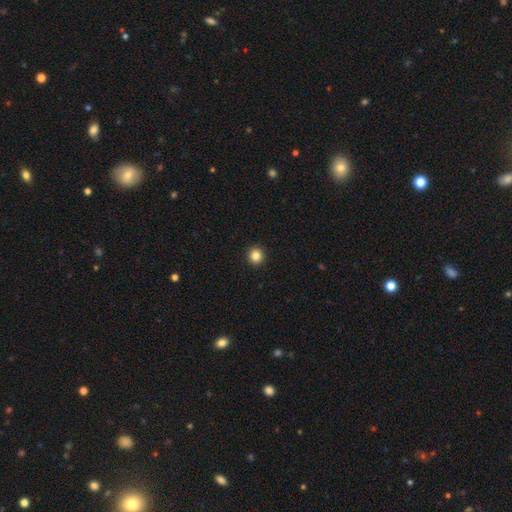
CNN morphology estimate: smooth-or-featured: smooth: 84% | star or artifact: 11% | featured or disk: 5%
  how-rounded: round: 94% | in between: 5% | cigar-shaped: 1%
  merging: none: 94% | minor disturbance: 4% | major disturbance: 1% | merger: 1%